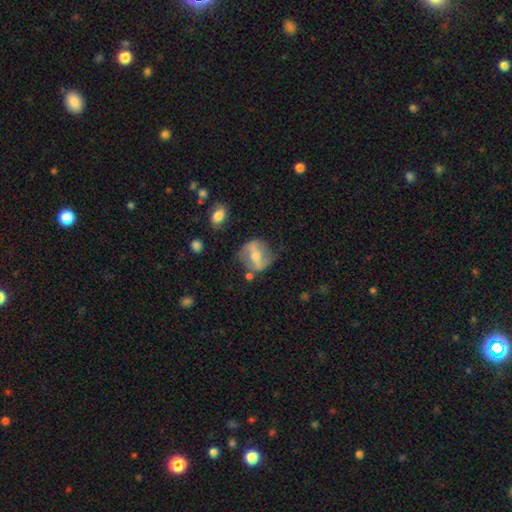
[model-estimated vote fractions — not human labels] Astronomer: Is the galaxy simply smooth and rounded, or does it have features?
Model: featured or disk — 62%.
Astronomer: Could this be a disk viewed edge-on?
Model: no — 89%.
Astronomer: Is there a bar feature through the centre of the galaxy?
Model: strong — 53% (runner-up: weak, 29%).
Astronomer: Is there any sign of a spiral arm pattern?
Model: yes — 57% (runner-up: no, 43%).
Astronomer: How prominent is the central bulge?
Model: moderate — 55% (runner-up: small, 35%).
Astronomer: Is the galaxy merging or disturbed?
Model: none — 63%.